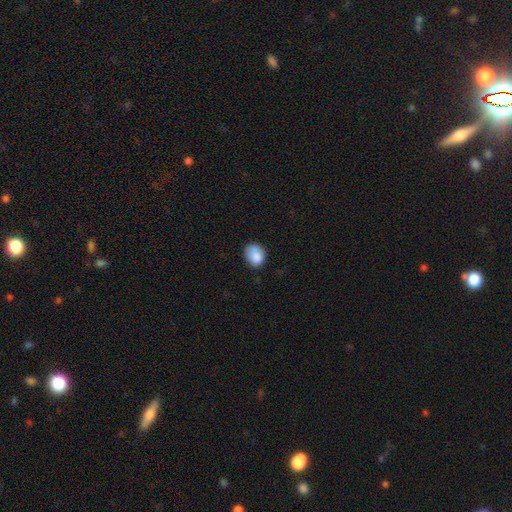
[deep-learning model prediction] This appears to be a smooth galaxy with no disk features (83%) that is in between round and cigar-shaped (52%). Merging: none (61%).